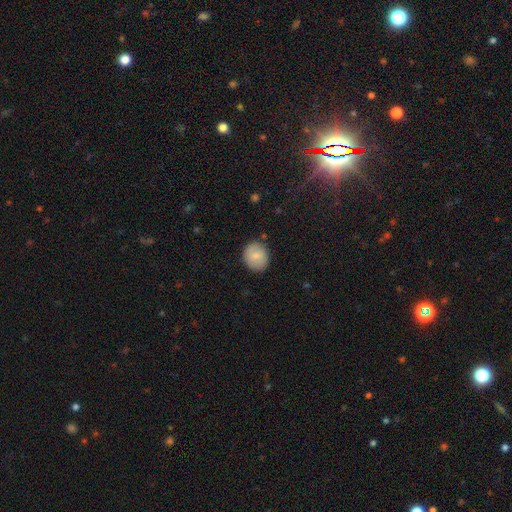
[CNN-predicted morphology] type=smooth (75%); roundness=round (78%); merging=none (84%).